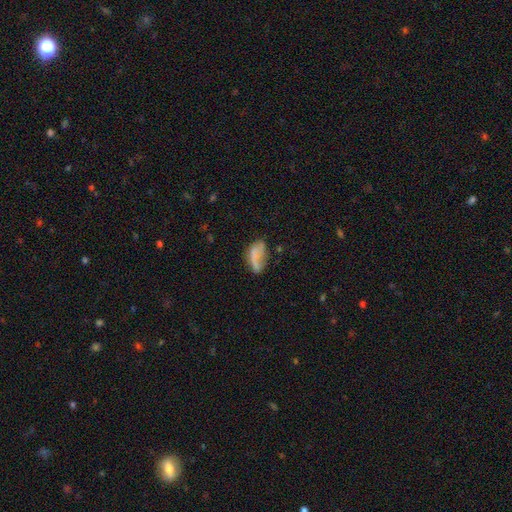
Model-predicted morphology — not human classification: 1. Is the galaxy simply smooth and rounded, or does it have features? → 59% smooth, 30% featured or disk, 10% star or artifact.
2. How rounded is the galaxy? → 86% in between, 9% cigar-shaped, 5% round.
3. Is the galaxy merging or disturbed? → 35% none, 30% minor disturbance, 27% major disturbance, 8% merger.